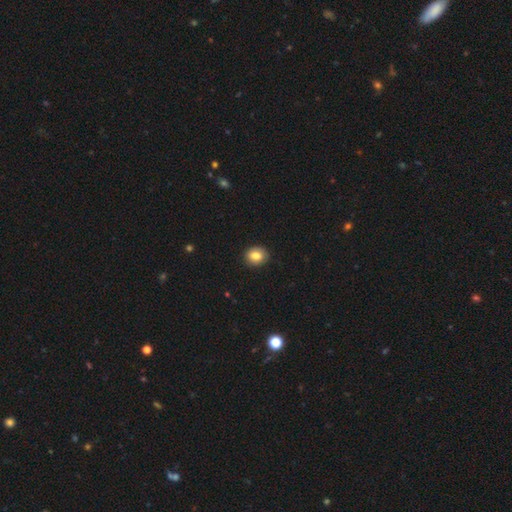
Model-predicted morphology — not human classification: Overall: smooth (83%). How rounded: round (60%; in between 39%). Merging: none (87%).